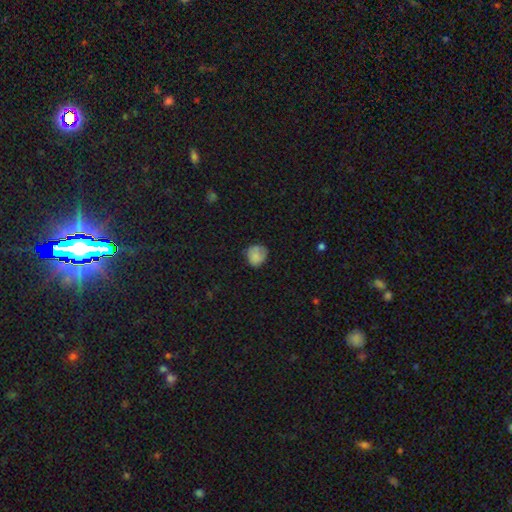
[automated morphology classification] The model was most divided on "merging": none: 64%, minor disturbance: 26%, major disturbance: 8%, merger: 2%. More confident: how rounded — round (79%); smooth or featured — smooth (79%).